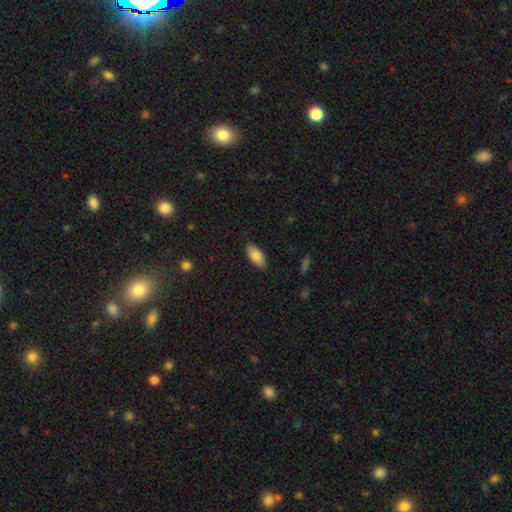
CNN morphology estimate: This is clearly a smooth galaxy (83%). How rounded: clearly in between (90%). Merging: clearly none (84%).